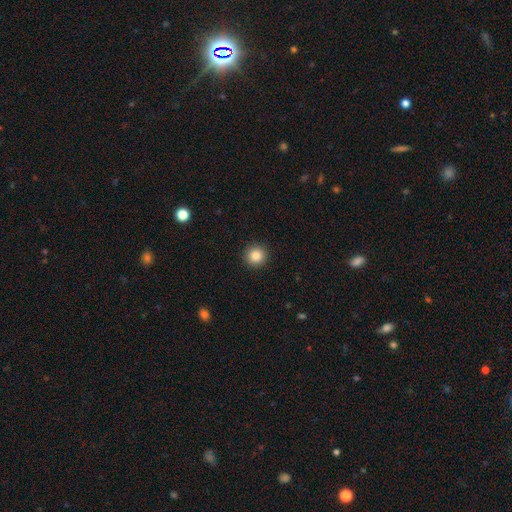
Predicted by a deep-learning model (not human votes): Morphology: type=smooth (86%); roundness=round (94%); merging=none (92%).